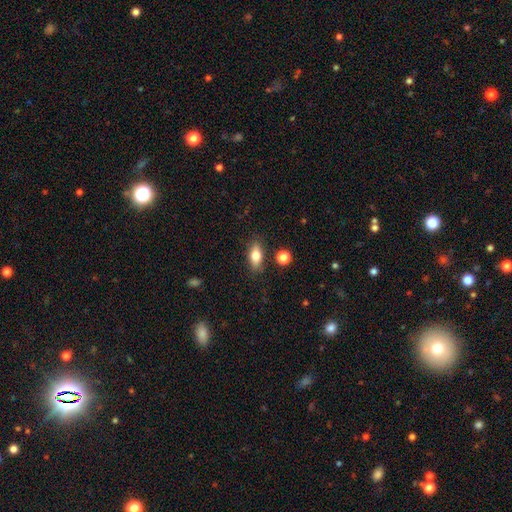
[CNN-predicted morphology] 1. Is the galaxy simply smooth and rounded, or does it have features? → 75% smooth, 17% featured or disk, 8% star or artifact.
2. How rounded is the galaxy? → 78% in between, 16% cigar-shaped, 6% round.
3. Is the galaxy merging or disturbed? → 82% none, 12% minor disturbance, 3% merger, 3% major disturbance.